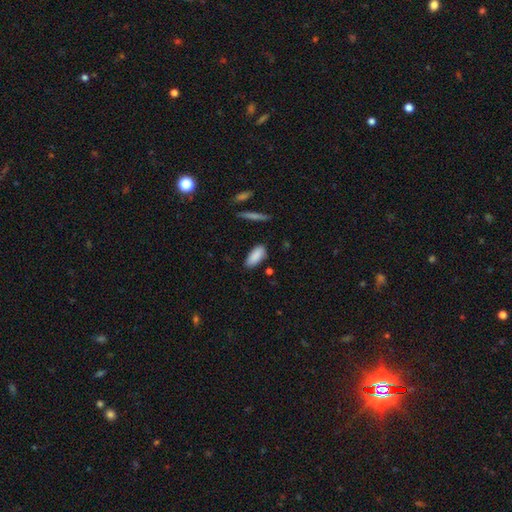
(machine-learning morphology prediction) smooth-or-featured: smooth: 88% | star or artifact: 7% | featured or disk: 5%
  how-rounded: in between: 85% | cigar-shaped: 13% | round: 2%
  merging: none: 81% | minor disturbance: 14% | major disturbance: 3% | merger: 2%